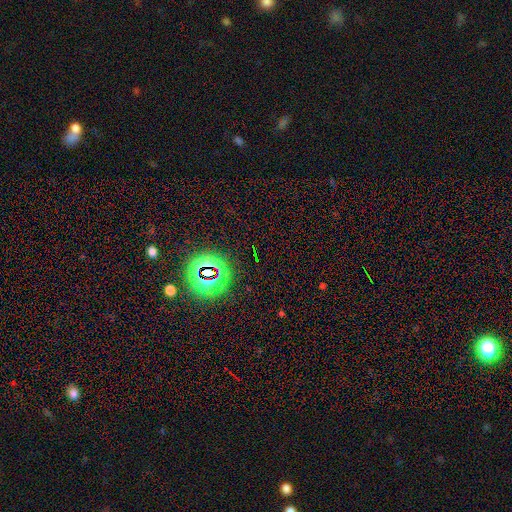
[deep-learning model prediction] smooth_or_featured: star or artifact (p=0.77) [alt: smooth p=0.15]